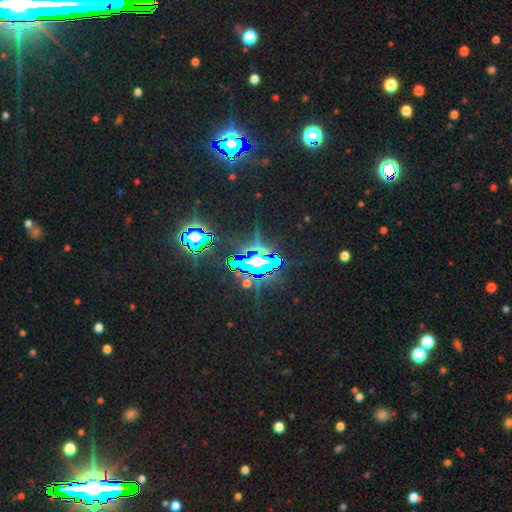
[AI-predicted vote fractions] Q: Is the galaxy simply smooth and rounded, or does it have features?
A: star or artifact — 78%.